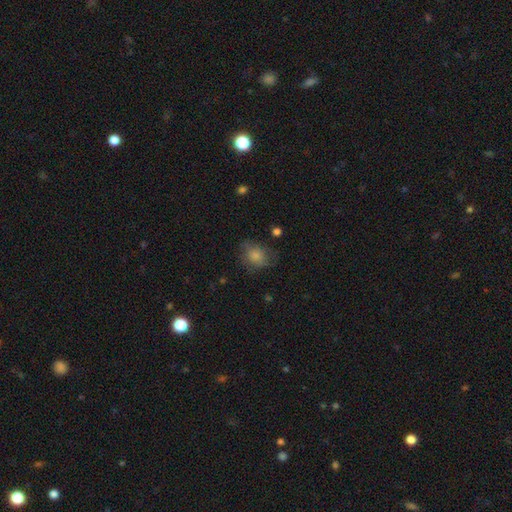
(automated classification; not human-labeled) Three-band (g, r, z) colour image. It shows a smooth galaxy with no disk features (78%) that is round (55%). Merging: none (60%).